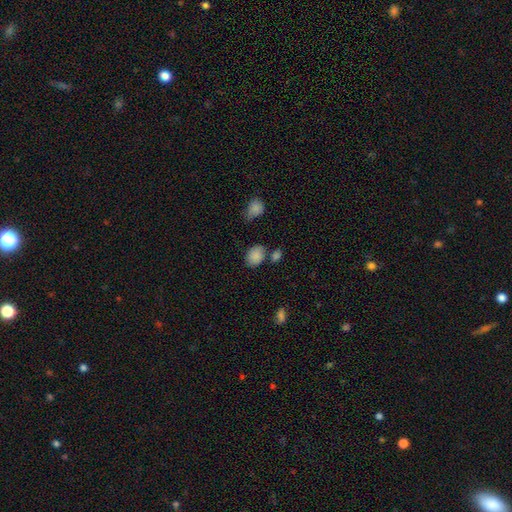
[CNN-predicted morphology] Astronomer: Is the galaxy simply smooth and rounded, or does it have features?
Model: smooth — 85%.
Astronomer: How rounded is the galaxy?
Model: in between — 65%.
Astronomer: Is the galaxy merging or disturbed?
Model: none — 63%.